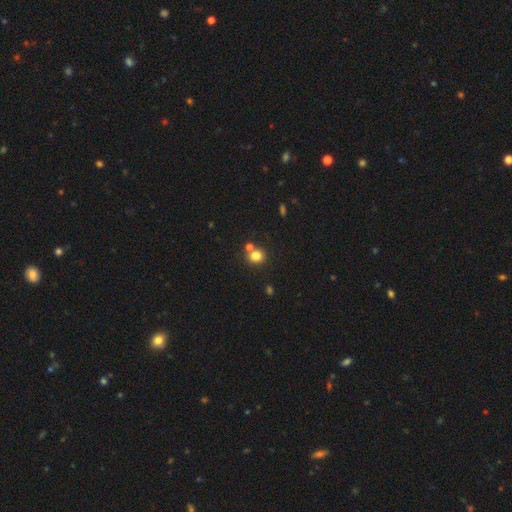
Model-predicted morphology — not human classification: This is likely a smooth galaxy (80%). How rounded: clearly round (83%). Merging: likely none (65%).